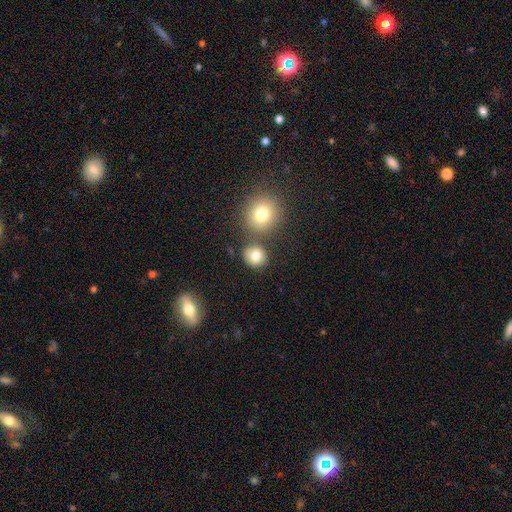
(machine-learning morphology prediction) The model was most divided on "merging": none: 72%, merger: 15%, minor disturbance: 10%, major disturbance: 4%. More confident: how rounded — round (82%); smooth or featured — smooth (80%).